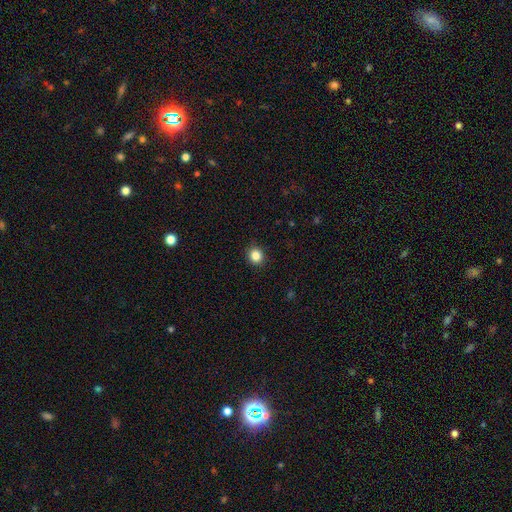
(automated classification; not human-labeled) Smooth or featured? smooth (85%)
How rounded? round (84%)
Merging? none (91%)